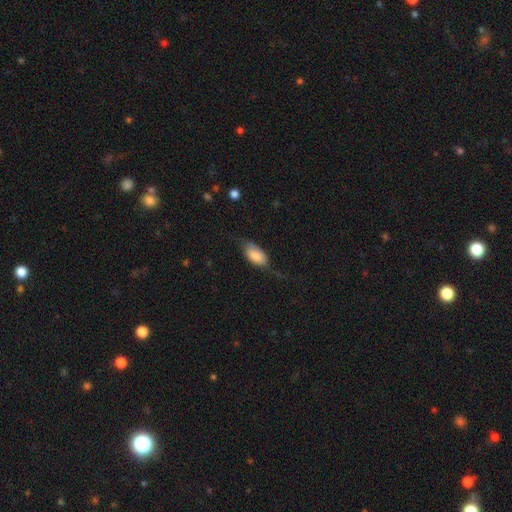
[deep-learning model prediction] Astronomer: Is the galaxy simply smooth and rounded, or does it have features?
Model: smooth — 71%.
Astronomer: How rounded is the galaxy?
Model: in between — 90%.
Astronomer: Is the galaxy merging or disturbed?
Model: none — 49% (runner-up: minor disturbance, 29%).